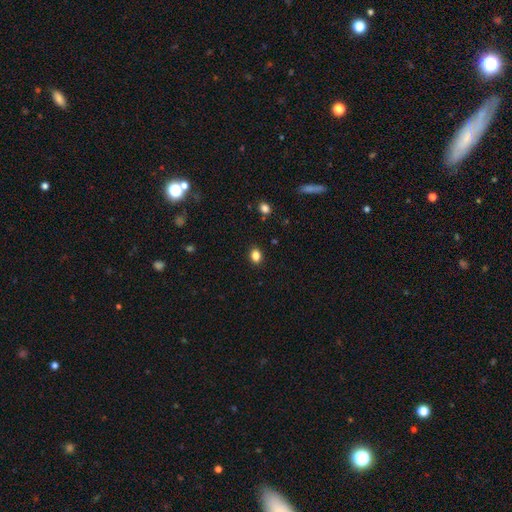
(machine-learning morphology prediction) smooth-or-featured: smooth: 85% | star or artifact: 11% | featured or disk: 4%
  how-rounded: in between: 63% | round: 35% | cigar-shaped: 1%
  merging: none: 89% | minor disturbance: 8% | major disturbance: 2% | merger: 1%